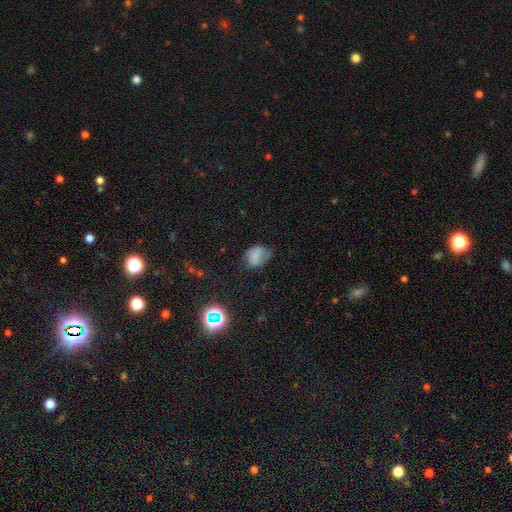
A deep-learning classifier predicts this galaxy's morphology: This appears to be a smooth galaxy with no disk features (62%) that is in between round and cigar-shaped (62%). Merging: none (52%).